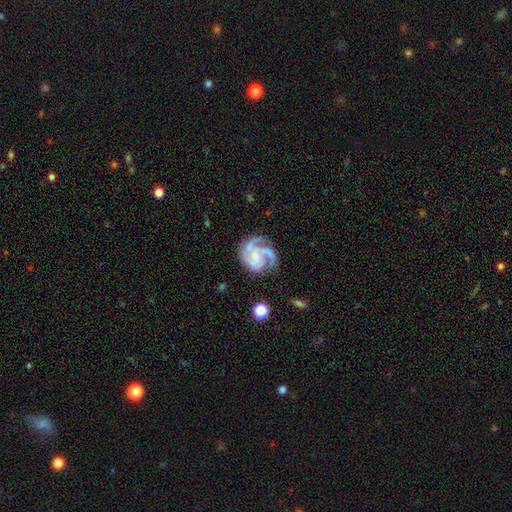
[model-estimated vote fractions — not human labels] smooth-or-featured: featured or disk: 87% | smooth: 8% | star or artifact: 6%
  disk-edge-on: no: 99% | yes: 1%
    bar: no: 64% | weak: 30% | strong: 6%
    has-spiral-arms: yes: 97% | no: 3%
      spiral-winding: medium: 48% | tight: 38% | loose: 14%
      spiral-arm-count: 3: 57% | 4: 13% | 2: 11% | can't tell: 10% | 1: 5% | more than 4: 5%
    bulge-size: small: 56% | none: 21% | moderate: 19% | large: 2% | dominant: 1%
  merging: none: 61% | minor disturbance: 21% | major disturbance: 16% | merger: 2%